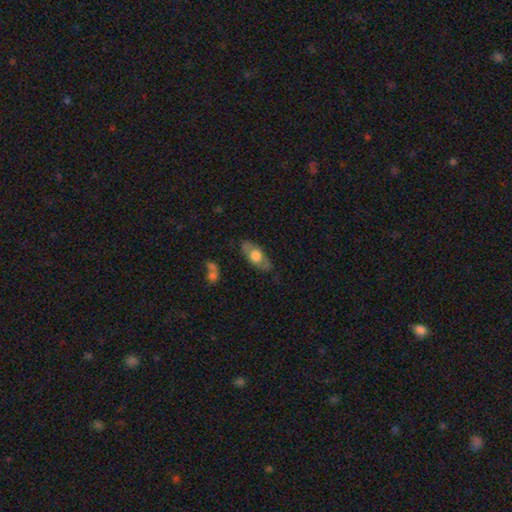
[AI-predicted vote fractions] smooth 54%, featured or disk 40%, star or artifact 6%. Down the decision tree: how rounded — in between (77%); merging — none (75%).